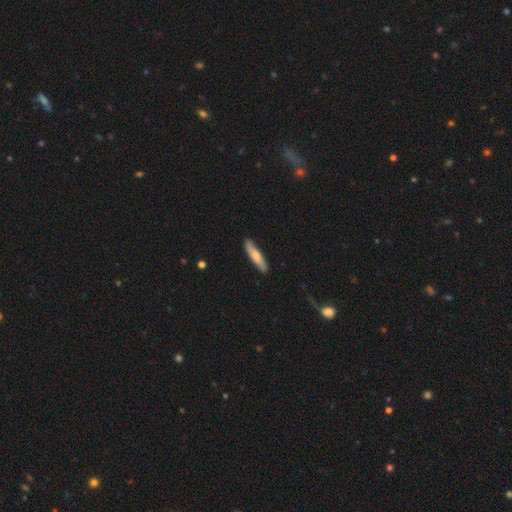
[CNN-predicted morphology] type=smooth (70%); roundness=cigar-shaped (86%); merging=none (86%).